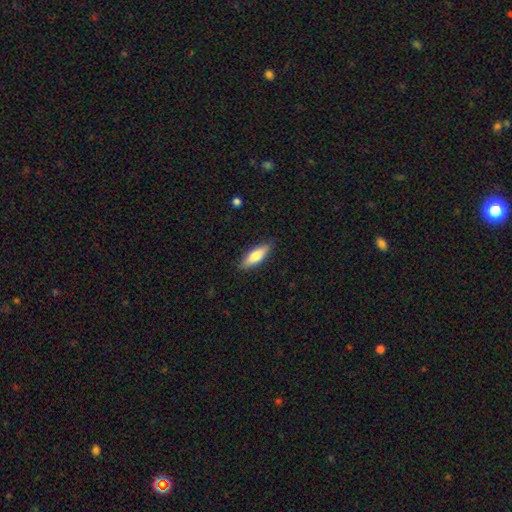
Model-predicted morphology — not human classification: smooth 77%, featured or disk 18%, star or artifact 6%. Down the decision tree: how rounded — in between (51%); merging — none (88%).